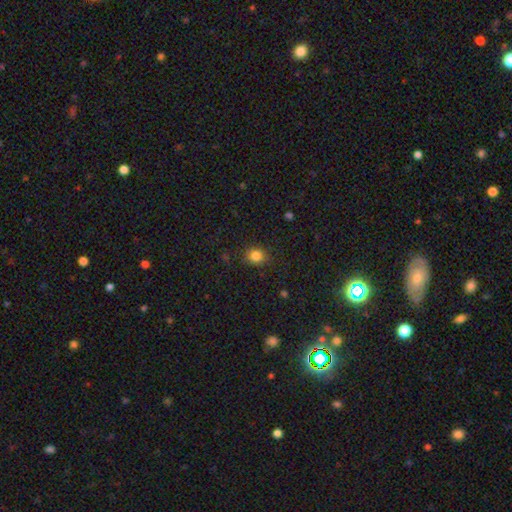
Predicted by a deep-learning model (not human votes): A smooth galaxy with no disk features (83%) that is round (77%). Merging: none (86%).